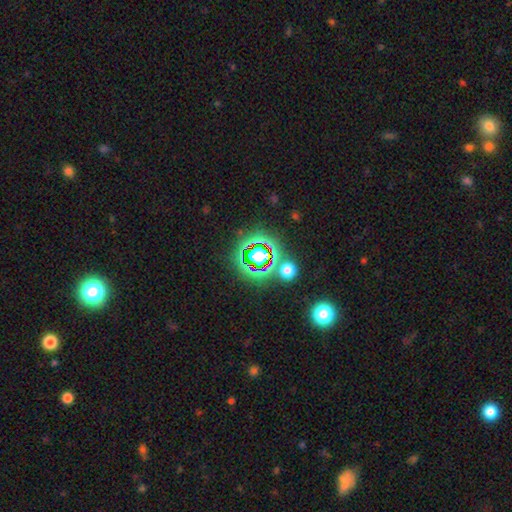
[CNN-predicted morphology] A star or artifact, not a galaxy (77%).

Vote fractions:
- Smooth or featured? star or artifact: 77% / smooth: 14% / featured or disk: 9%